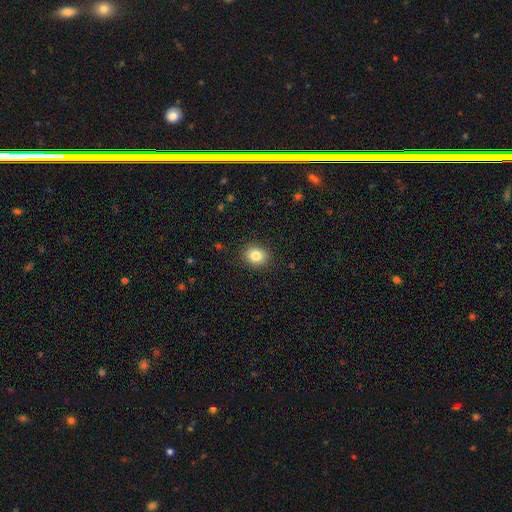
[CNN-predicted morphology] A smooth galaxy with no disk features (84%) that is round (64%).

Vote fractions:
- Smooth or featured? smooth: 84% / star or artifact: 10% / featured or disk: 6%
- How rounded? round: 64% / in between: 35% / cigar-shaped: 1%
- Merging? none: 89% / minor disturbance: 8% / major disturbance: 2% / merger: 1%